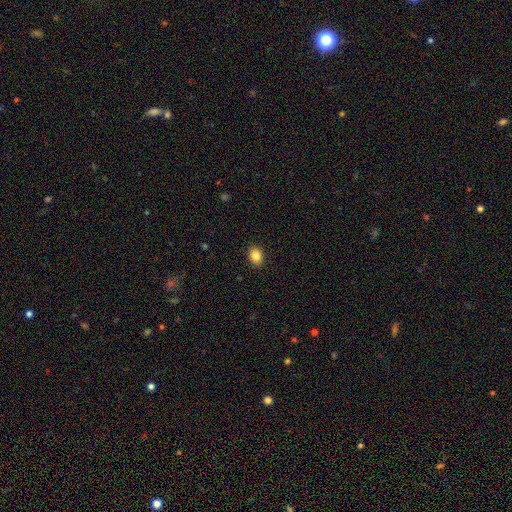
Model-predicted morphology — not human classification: Smooth or featured: smooth — 86% (star or artifact — 9%)
How rounded: in between — 60% (round — 39%)
Merging: none — 90% (minor disturbance — 7%)